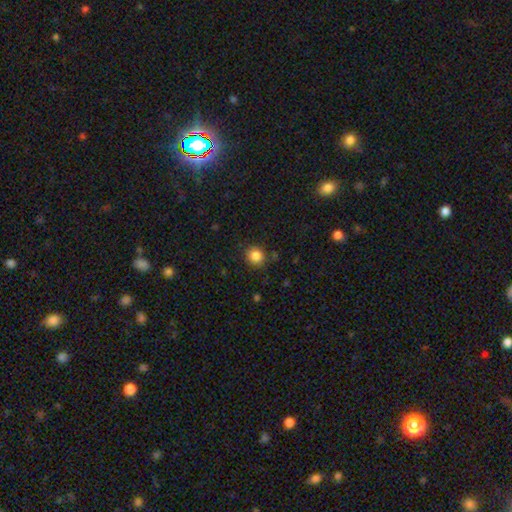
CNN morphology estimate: Overall: smooth (85%). How rounded: round (88%). Merging: none (88%).